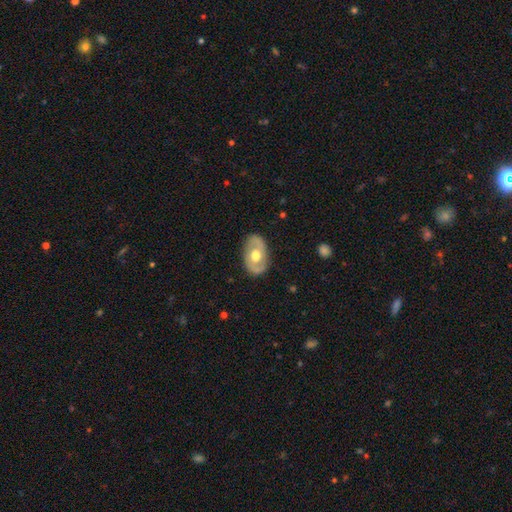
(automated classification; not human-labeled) A featured or disk galaxy (64%) with no bar (74%), spiral arms (54%) and a moderate central bulge (72%). Merging: none (82%).